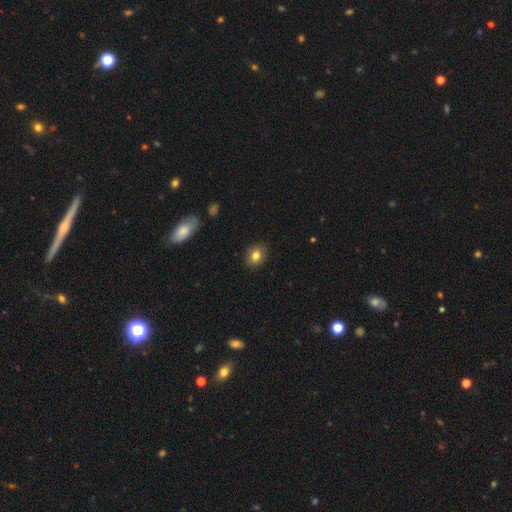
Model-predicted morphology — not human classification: Overall: smooth (81%). How rounded: round (51%; in between 48%). Merging: none (88%).